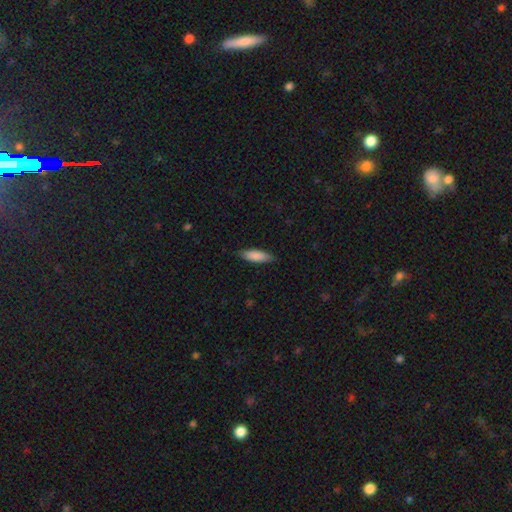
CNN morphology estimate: The model was most divided on "how rounded": in between: 53%, cigar-shaped: 46%, round: 1%. More confident: smooth or featured — smooth (87%); merging — none (85%).